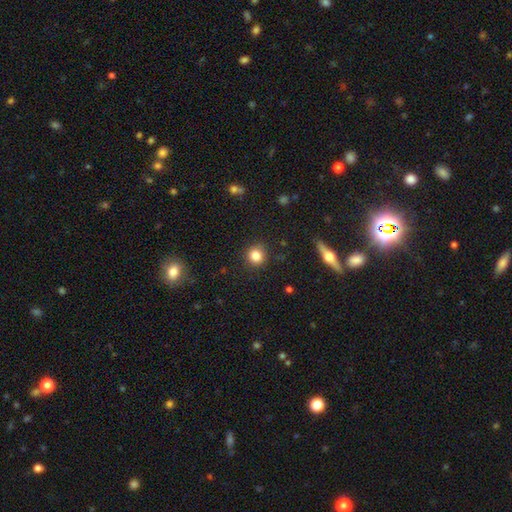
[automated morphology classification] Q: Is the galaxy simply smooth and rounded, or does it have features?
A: smooth — 83%.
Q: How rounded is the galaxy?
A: round — 90%.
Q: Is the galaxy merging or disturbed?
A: none — 89%.